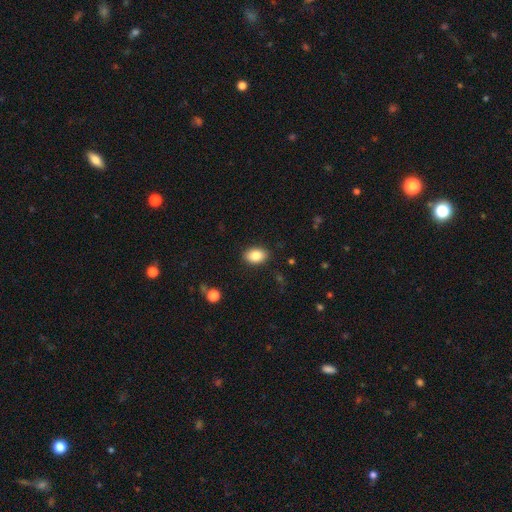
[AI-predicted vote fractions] Smooth or featured?
  - smooth: 85% *
  - star or artifact: 8%
  - featured or disk: 7%
How rounded?
  - in between: 84% *
  - round: 15%
  - cigar-shaped: 1%
Merging?
  - none: 88% *
  - minor disturbance: 9%
  - major disturbance: 2%
  - merger: 1%